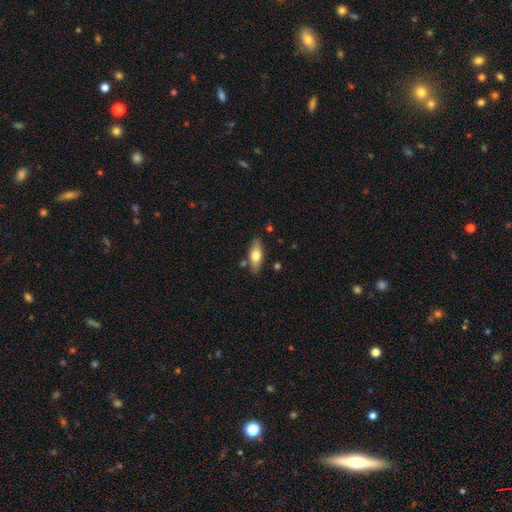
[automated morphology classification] Smooth or featured? Predicted: smooth (p=0.68). How rounded? Predicted: in between (p=0.71). Merging? Predicted: none (p=0.81).